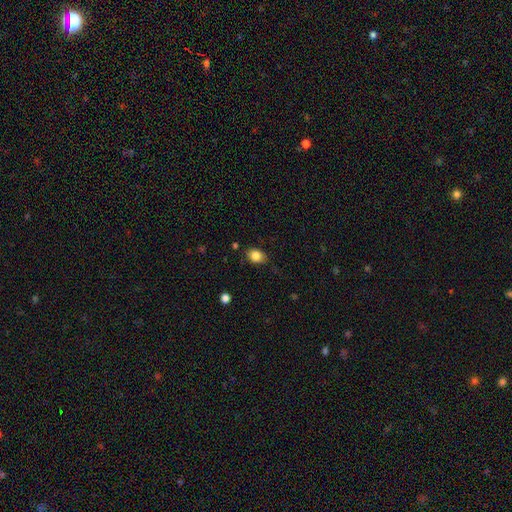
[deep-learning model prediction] The model was most divided on "how rounded": in between: 64%, round: 35%, cigar-shaped: 1%. More confident: smooth or featured — smooth (83%); merging — none (80%).